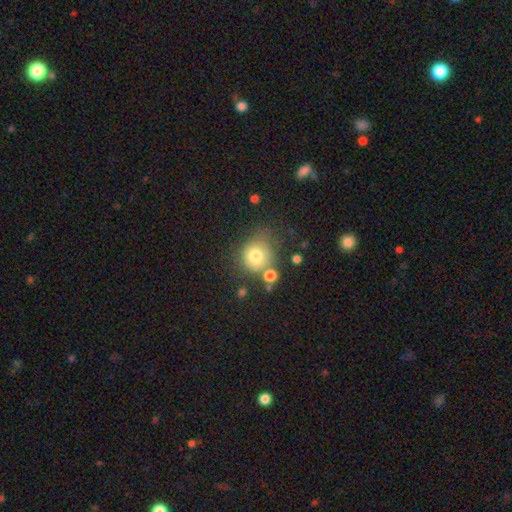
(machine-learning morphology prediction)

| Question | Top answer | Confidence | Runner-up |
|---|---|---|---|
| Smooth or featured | smooth | 75% | featured or disk (13%) |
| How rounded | round | 85% | in between (14%) |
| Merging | none | 57% | minor disturbance (20%) |